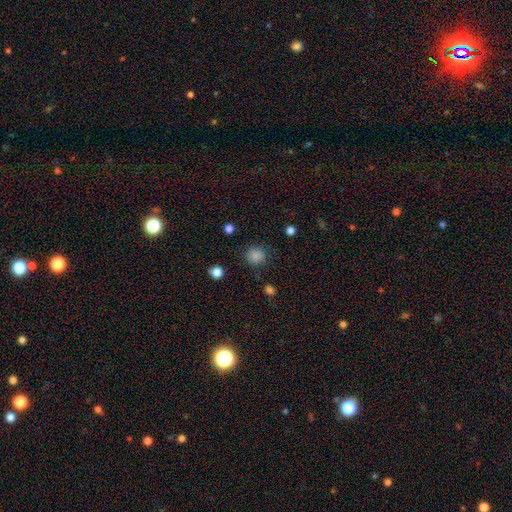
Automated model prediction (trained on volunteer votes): This appears to be a smooth galaxy with no disk features (85%) that is round (90%). Merging: none (84%).